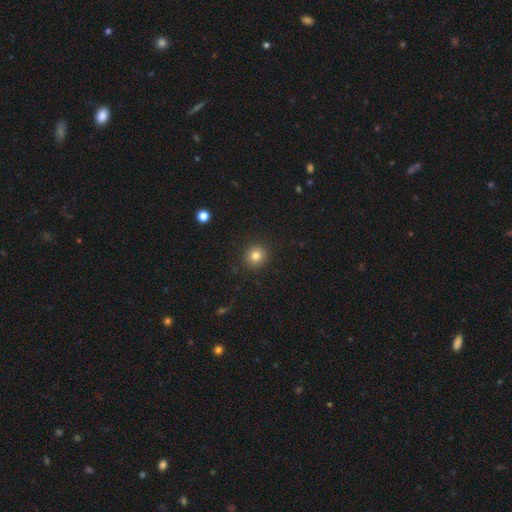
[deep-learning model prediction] The model was most divided on "smooth or featured": smooth: 81%, star or artifact: 12%, featured or disk: 7%. More confident: merging — none (90%); how rounded — round (89%).